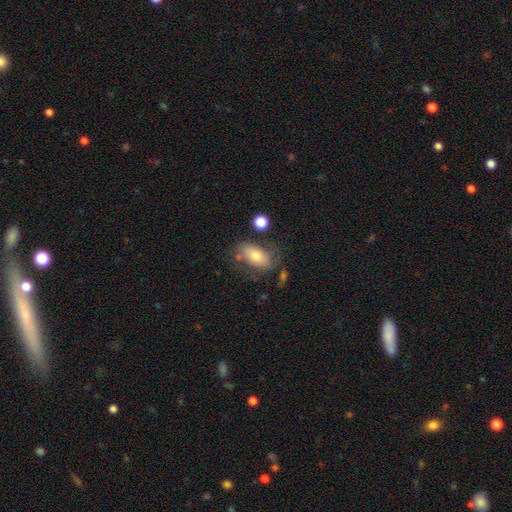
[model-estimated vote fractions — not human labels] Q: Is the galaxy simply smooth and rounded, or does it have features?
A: smooth — 69%.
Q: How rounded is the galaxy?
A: in between — 89%.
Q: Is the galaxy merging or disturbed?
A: none — 60%.